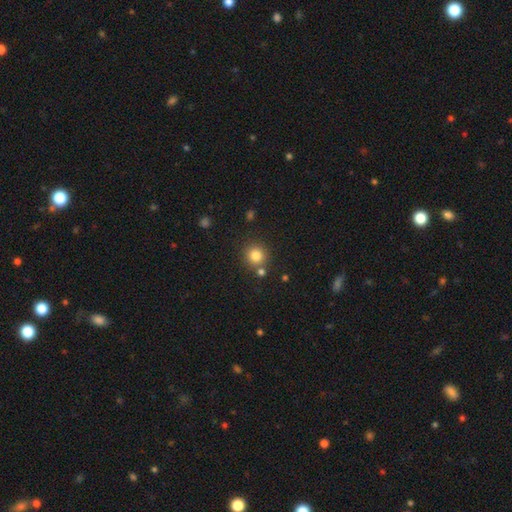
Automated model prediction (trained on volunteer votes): smooth-or-featured: smooth: 82% | star or artifact: 11% | featured or disk: 6%
  how-rounded: round: 93% | in between: 6% | cigar-shaped: 1%
  merging: none: 79% | merger: 11% | minor disturbance: 7% | major disturbance: 3%